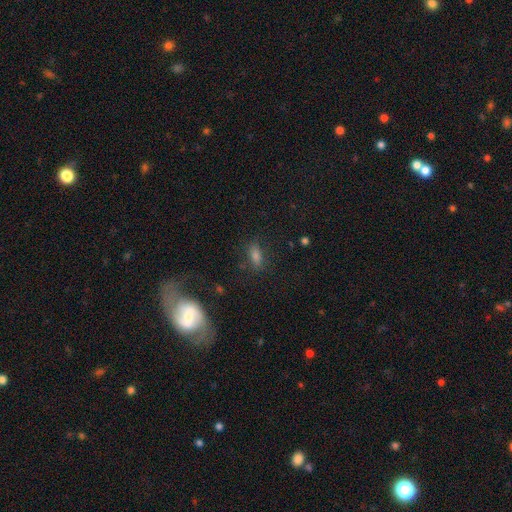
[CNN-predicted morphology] This is possibly a smooth galaxy (54%). How rounded: likely in between (78%). Merging: likely none (69%).